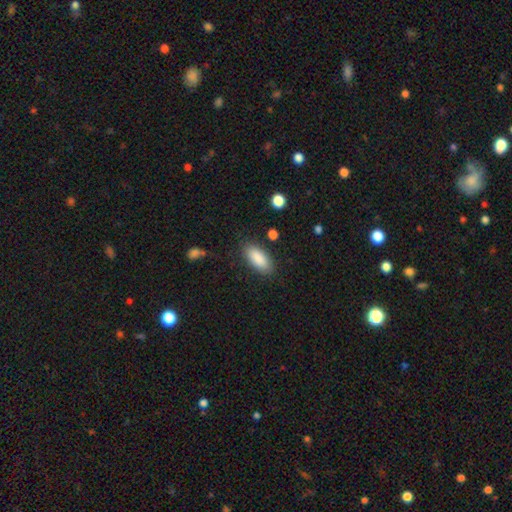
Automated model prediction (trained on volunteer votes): Overall: smooth (88%). How rounded: in between (86%). Merging: none (86%).